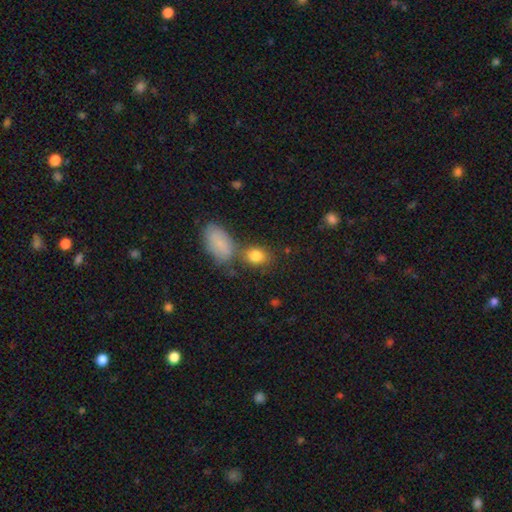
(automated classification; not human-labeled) This is clearly a smooth galaxy (83%). How rounded: likely in between (63%). Merging: likely none (60%).